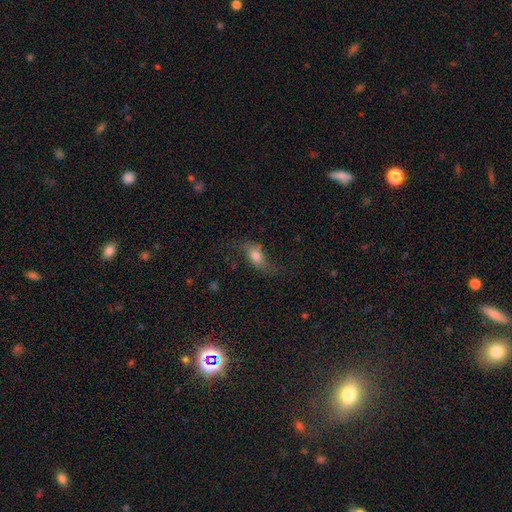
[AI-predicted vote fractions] Overall: smooth (50%; featured or disk 40%). Merging: none (51%; minor disturbance 24%).